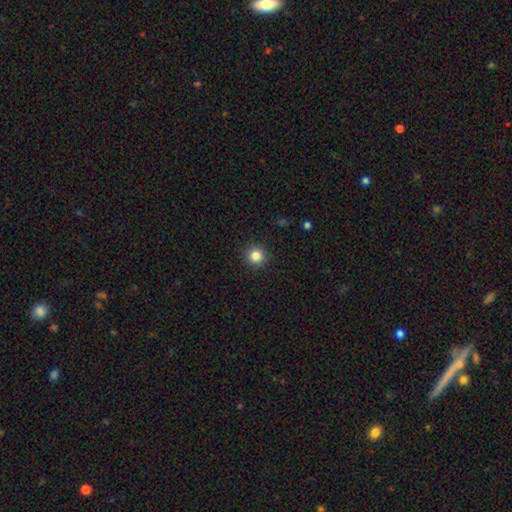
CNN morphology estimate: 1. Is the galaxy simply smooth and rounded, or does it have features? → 84% smooth, 11% star or artifact, 5% featured or disk.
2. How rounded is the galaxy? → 95% round, 4% in between, 1% cigar-shaped.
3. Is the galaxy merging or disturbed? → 92% none, 5% minor disturbance, 2% major disturbance, 1% merger.